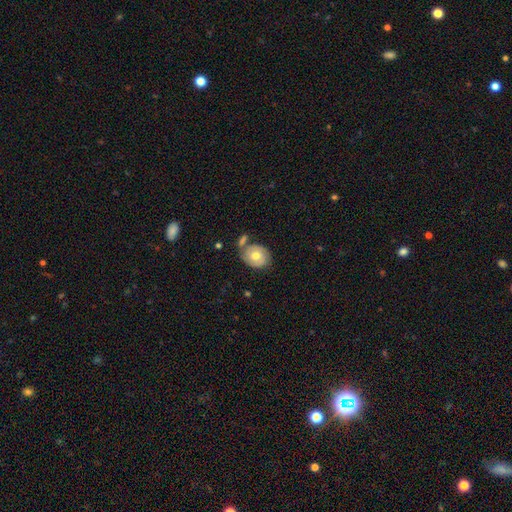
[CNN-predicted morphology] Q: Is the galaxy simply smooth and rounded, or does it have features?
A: smooth — 49%.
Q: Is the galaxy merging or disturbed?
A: none — 60%.